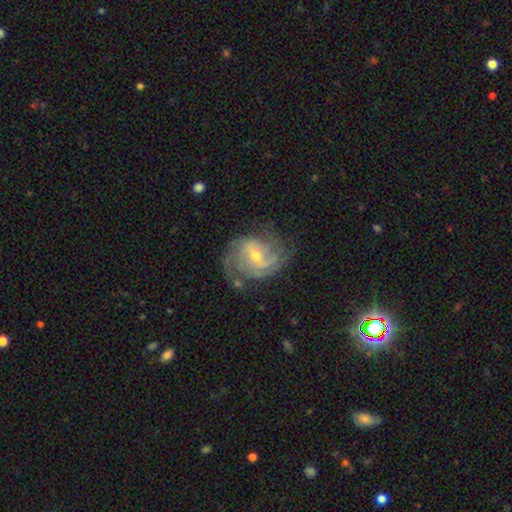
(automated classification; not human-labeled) featured or disk 85%, smooth 9%, star or artifact 6%. Down the decision tree: edge-on disk — no (97%); bar — weak (53%); spiral arms — yes (94%); spiral arm count — 2 (38%); spiral winding — medium (43%); bulge size — moderate (50%); merging — none (65%).